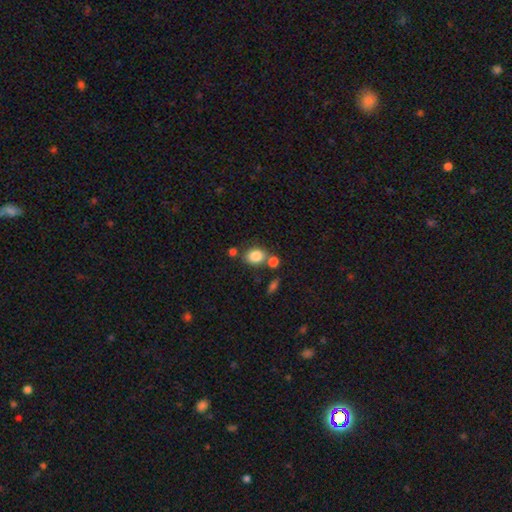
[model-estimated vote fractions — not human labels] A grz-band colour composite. It shows a smooth galaxy with no disk features (83%) that is in between round and cigar-shaped (58%). Merging: none (63%).